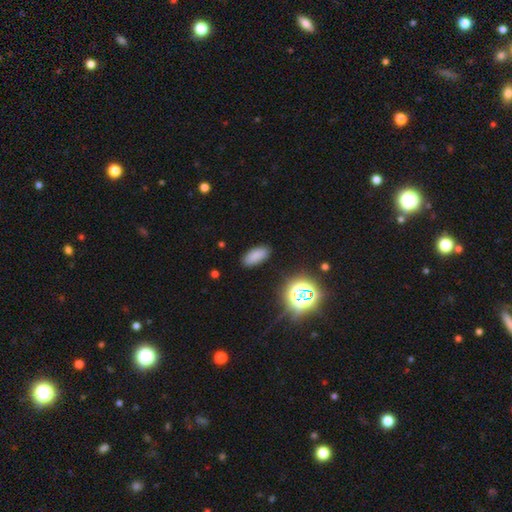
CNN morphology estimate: Smooth or featured: smooth — 79% (star or artifact — 15%)
How rounded: in between — 87% (cigar-shaped — 10%)
Merging: none — 87% (minor disturbance — 9%)